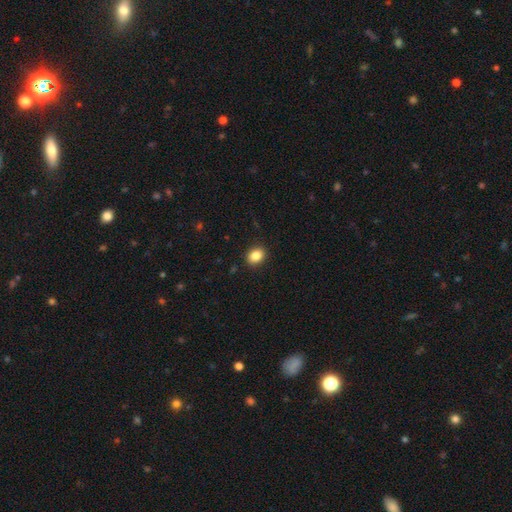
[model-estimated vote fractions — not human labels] Smooth or featured: smooth — 87% (star or artifact — 9%)
How rounded: in between — 55% (round — 44%)
Merging: none — 90% (minor disturbance — 7%)